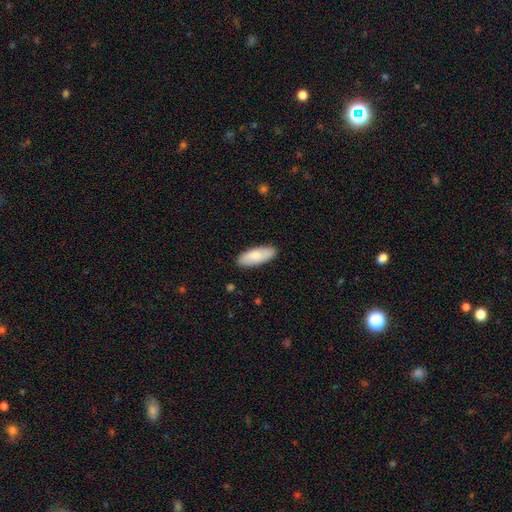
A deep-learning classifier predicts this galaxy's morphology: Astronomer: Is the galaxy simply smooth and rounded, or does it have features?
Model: smooth — 80%.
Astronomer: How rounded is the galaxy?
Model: in between — 74%.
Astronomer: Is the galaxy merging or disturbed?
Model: none — 87%.